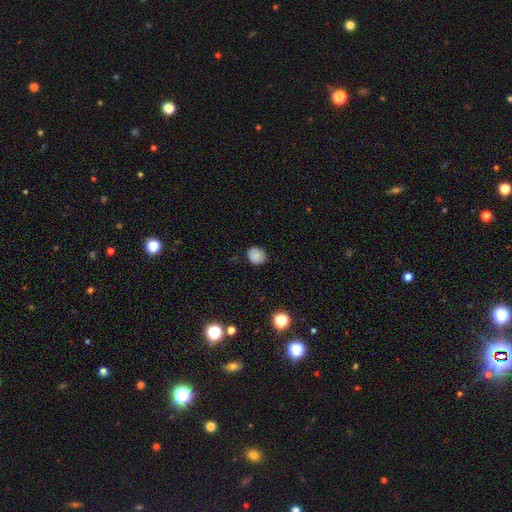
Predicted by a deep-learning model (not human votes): Morphology: type=smooth (84%); roundness=round (76%); merging=none (83%).